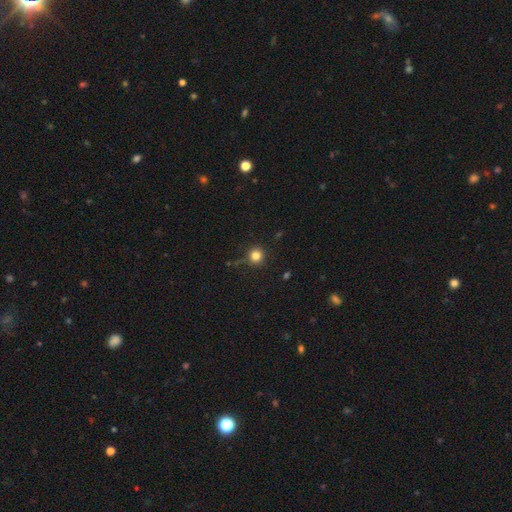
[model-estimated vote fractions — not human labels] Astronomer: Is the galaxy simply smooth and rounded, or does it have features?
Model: smooth — 82%.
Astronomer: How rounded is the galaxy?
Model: round — 94%.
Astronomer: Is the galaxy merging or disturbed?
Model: none — 84%.